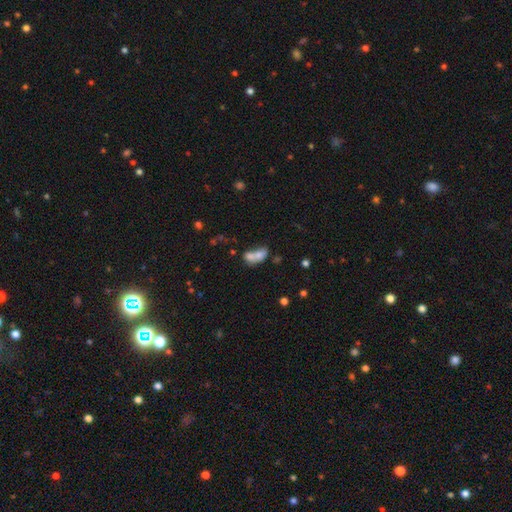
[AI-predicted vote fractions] A smooth galaxy with no disk features (70%) that is in between round and cigar-shaped (76%).

Vote fractions:
- Smooth or featured? smooth: 70% / featured or disk: 20% / star or artifact: 11%
- How rounded? in between: 76% / round: 20% / cigar-shaped: 4%
- Merging? merger: 69% / none: 17% / minor disturbance: 8% / major disturbance: 6%